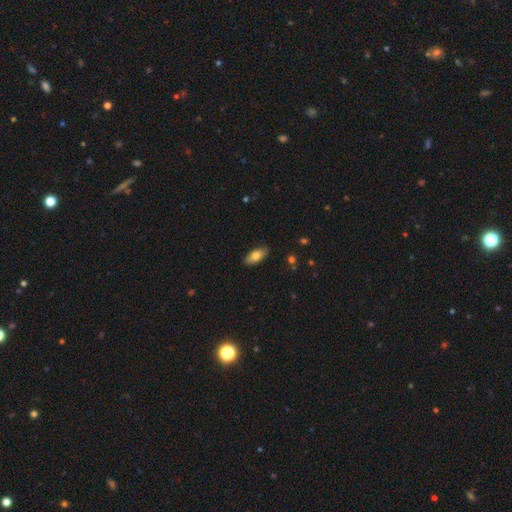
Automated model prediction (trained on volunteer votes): Q: Smooth or featured?
A: smooth (77%); runner-up: featured or disk (16%)
Q: How rounded?
A: in between (88%); runner-up: cigar-shaped (10%)
Q: Merging?
A: none (87%); runner-up: minor disturbance (10%)